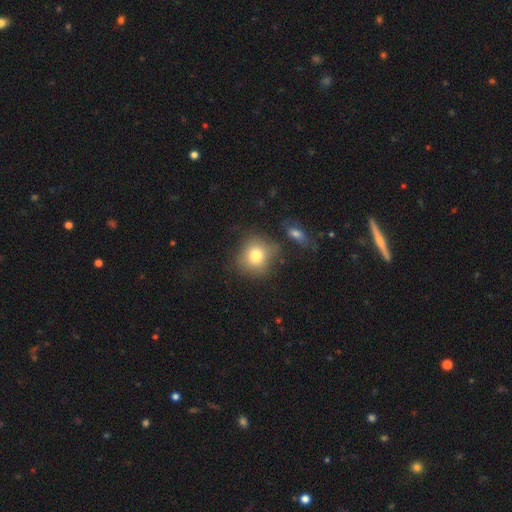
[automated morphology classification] type=smooth (78%); roundness=round (84%); merging=none (70%).